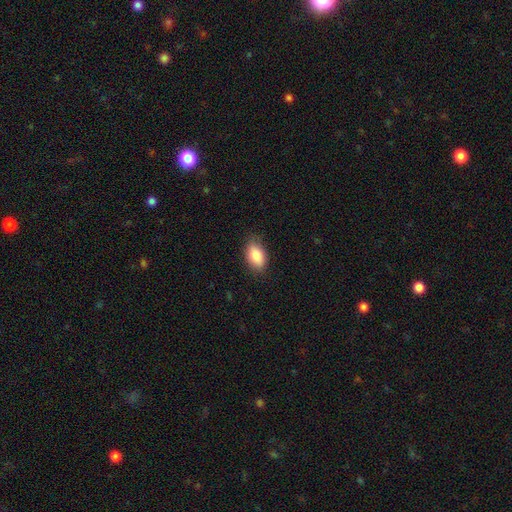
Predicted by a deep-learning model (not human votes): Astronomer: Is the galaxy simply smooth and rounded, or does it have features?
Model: smooth — 85%.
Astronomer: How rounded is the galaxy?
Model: in between — 90%.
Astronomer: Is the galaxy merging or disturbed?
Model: none — 81%.